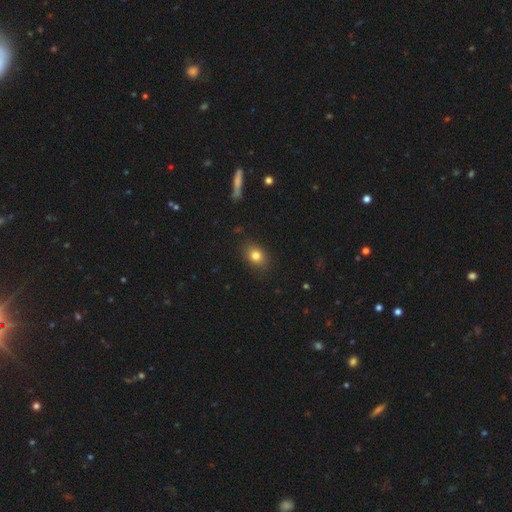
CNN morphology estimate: Smooth or featured? Predicted: smooth (p=0.81). How rounded? Predicted: in between (p=0.62). Merging? Predicted: none (p=0.86).